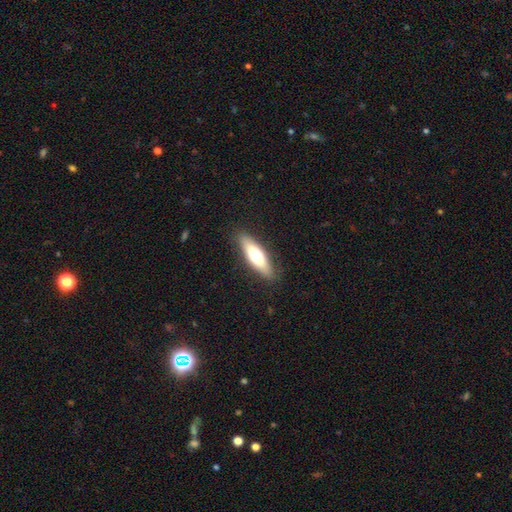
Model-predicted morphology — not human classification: A smooth galaxy with no disk features (63%) that is cigar-shaped (55%). Merging: none (86%).